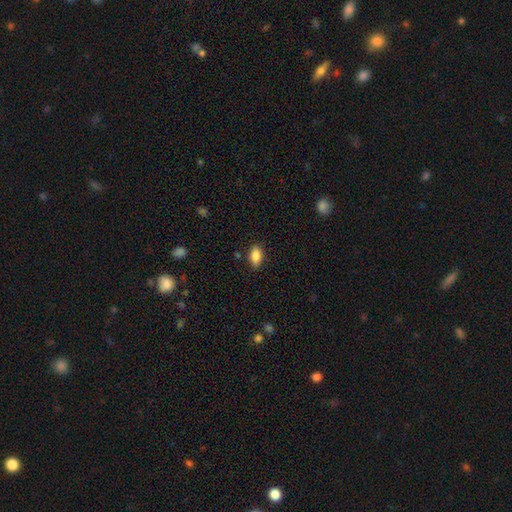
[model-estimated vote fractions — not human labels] smooth_or_featured: smooth (p=0.86) [alt: star or artifact p=0.08]
how_rounded: in between (p=0.90) [alt: round p=0.06]
merging: none (p=0.85) [alt: minor disturbance p=0.11]